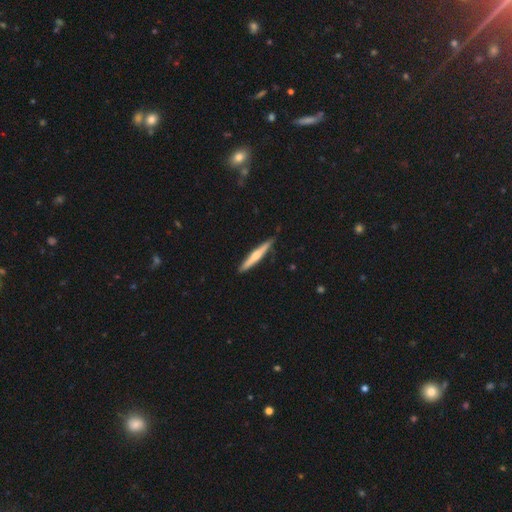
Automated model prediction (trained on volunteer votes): This appears to be a smooth galaxy with no disk features (48%). Merging: none (88%).